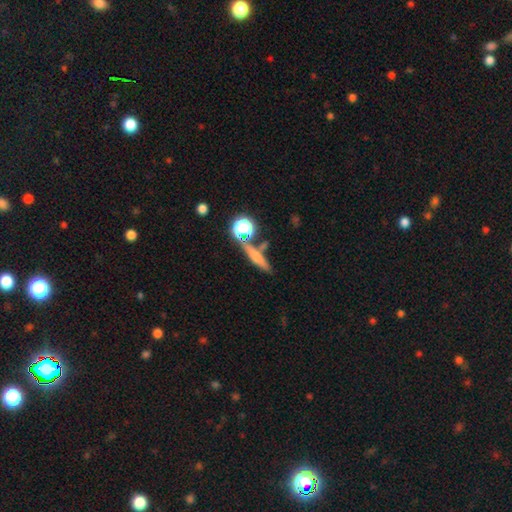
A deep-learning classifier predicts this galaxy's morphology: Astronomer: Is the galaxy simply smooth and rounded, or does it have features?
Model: smooth — 48% (runner-up: featured or disk, 36%).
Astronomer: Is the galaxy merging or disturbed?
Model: none — 68%.